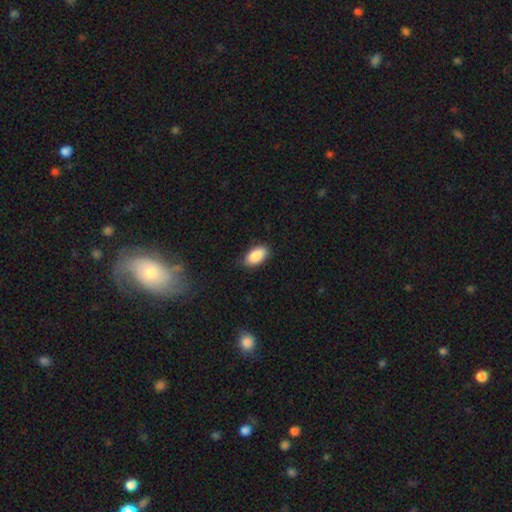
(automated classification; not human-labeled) The model was most divided on "merging": none: 82%, minor disturbance: 14%, major disturbance: 3%, merger: 1%. More confident: how rounded — in between (93%); smooth or featured — smooth (89%).